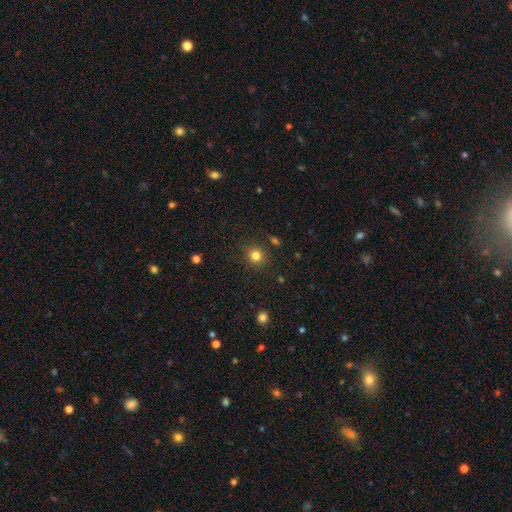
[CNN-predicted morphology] Smooth or featured: smooth — 82% (star or artifact — 13%)
How rounded: round — 88% (in between — 11%)
Merging: none — 87% (minor disturbance — 8%)